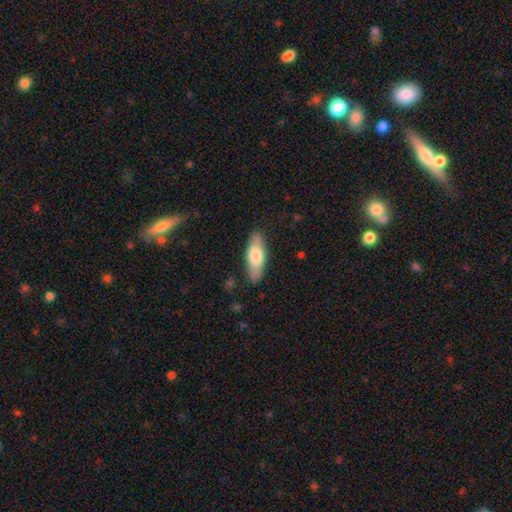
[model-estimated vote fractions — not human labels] Smooth or featured? smooth (69%)
How rounded? in between (57%)
Merging? none (85%)